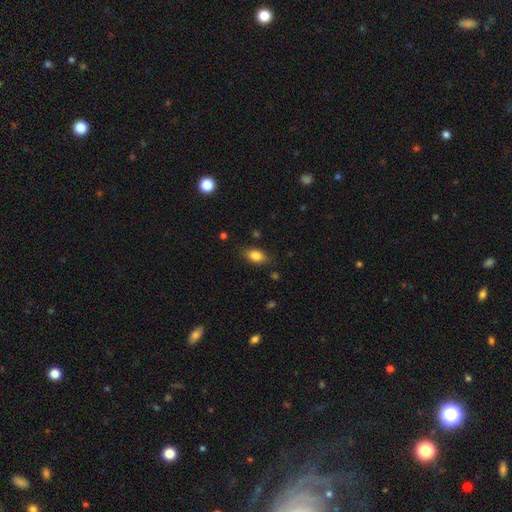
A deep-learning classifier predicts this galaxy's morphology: This is clearly a smooth galaxy (85%). How rounded: clearly in between (86%). Merging: clearly none (82%).